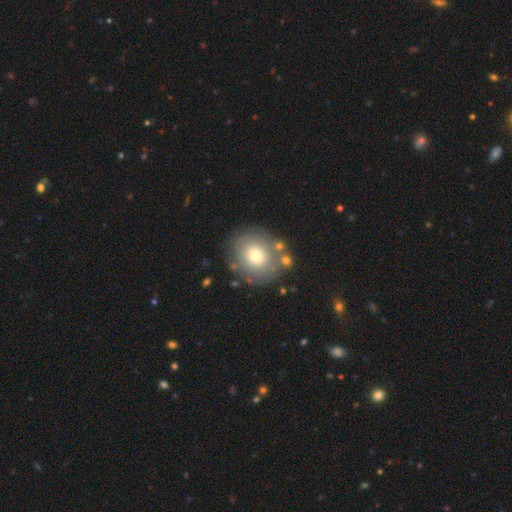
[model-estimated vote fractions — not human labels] smooth-or-featured: smooth: 65% | featured or disk: 24% | star or artifact: 10%
  how-rounded: round: 78% | in between: 21% | cigar-shaped: 1%
  merging: none: 78% | minor disturbance: 12% | merger: 5% | major disturbance: 5%